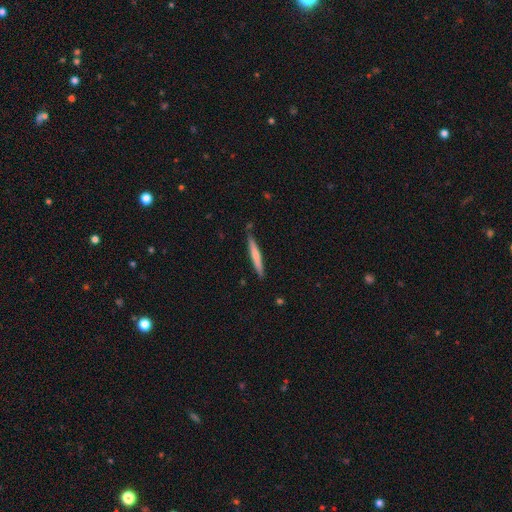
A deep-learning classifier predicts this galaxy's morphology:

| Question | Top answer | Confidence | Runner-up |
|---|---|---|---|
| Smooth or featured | smooth | 58% | featured or disk (37%) |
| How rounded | cigar-shaped | 95% | in between (4%) |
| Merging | none | 84% | minor disturbance (12%) |